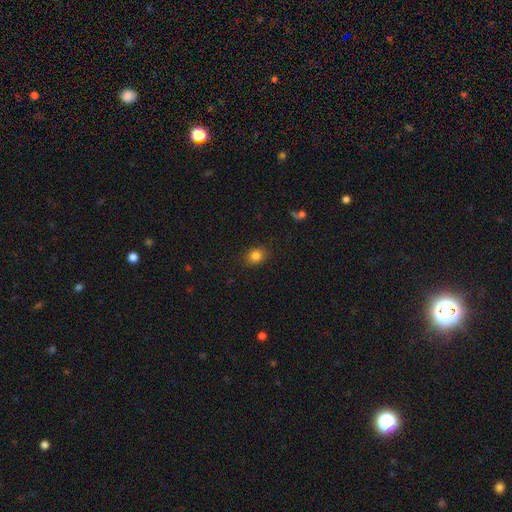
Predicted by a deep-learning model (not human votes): smooth-or-featured: smooth: 83% | star or artifact: 12% | featured or disk: 6%
  how-rounded: round: 55% | in between: 44% | cigar-shaped: 1%
  merging: none: 87% | minor disturbance: 10% | major disturbance: 3% | merger: 1%